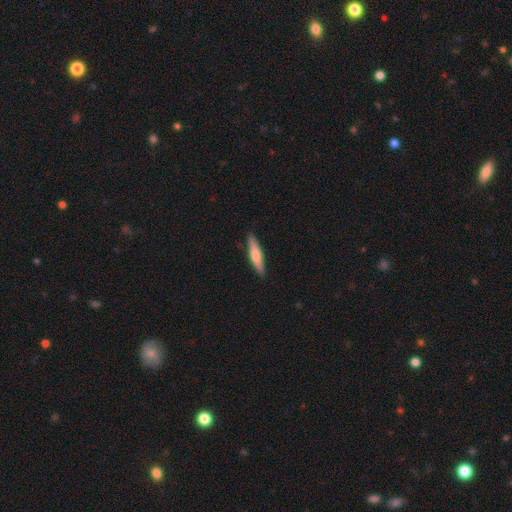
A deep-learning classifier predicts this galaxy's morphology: Smooth or featured: smooth — 66% (featured or disk — 29%)
How rounded: cigar-shaped — 82% (in between — 17%)
Merging: none — 89% (minor disturbance — 8%)